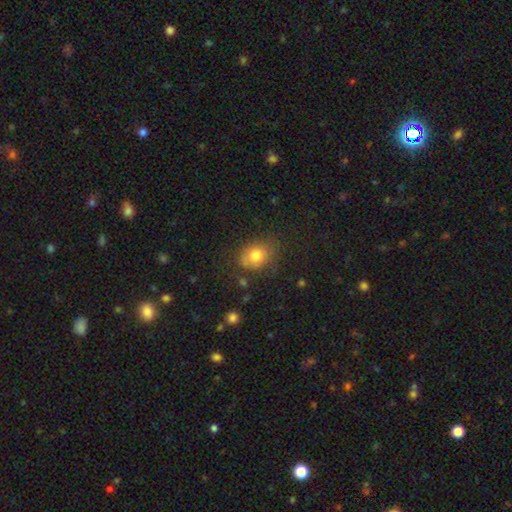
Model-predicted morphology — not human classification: Overall: smooth (78%). How rounded: round (51%; in between 48%). Merging: none (66%).